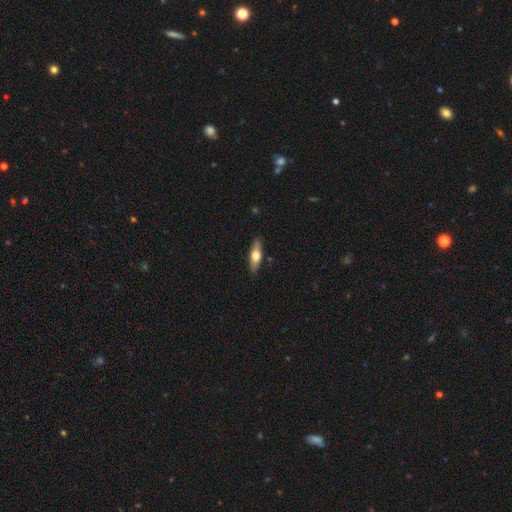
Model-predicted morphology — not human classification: Smooth or featured: smooth — 55% (featured or disk — 39%)
How rounded: cigar-shaped — 49% (in between — 48%)
Merging: none — 88% (minor disturbance — 9%)